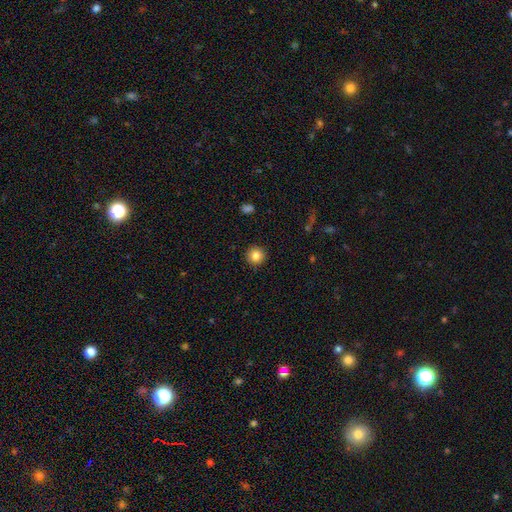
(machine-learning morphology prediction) A smooth galaxy with no disk features (83%) that is round (95%).

Vote fractions:
- Smooth or featured? smooth: 83% / star or artifact: 10% / featured or disk: 6%
- How rounded? round: 95% / in between: 4% / cigar-shaped: 1%
- Merging? none: 92% / minor disturbance: 5% / major disturbance: 2% / merger: 1%